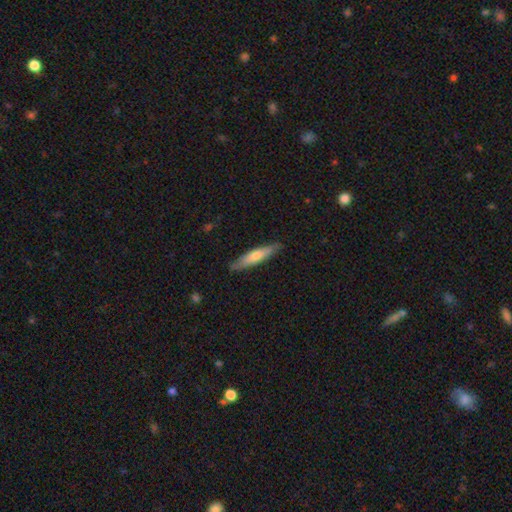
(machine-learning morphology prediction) A smooth galaxy with no disk features (59%) that is cigar-shaped (87%).

Vote fractions:
- Smooth or featured? smooth: 59% / featured or disk: 35% / star or artifact: 6%
- How rounded? cigar-shaped: 87% / in between: 12% / round: 1%
- Merging? none: 86% / minor disturbance: 11% / major disturbance: 2% / merger: 1%